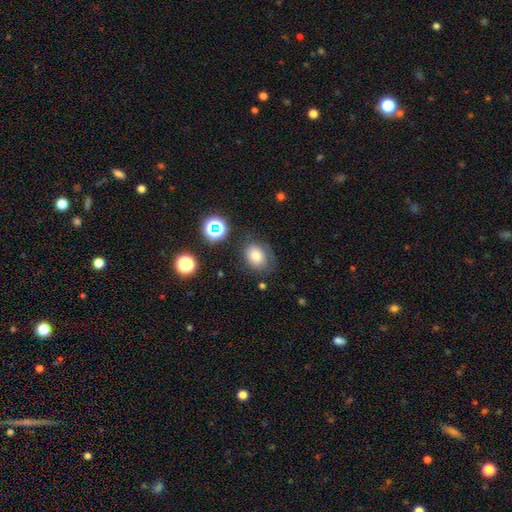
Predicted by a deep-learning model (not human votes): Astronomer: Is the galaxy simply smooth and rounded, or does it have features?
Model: smooth — 77%.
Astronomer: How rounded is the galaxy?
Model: in between — 62%.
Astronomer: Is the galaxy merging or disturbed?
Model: none — 71%.